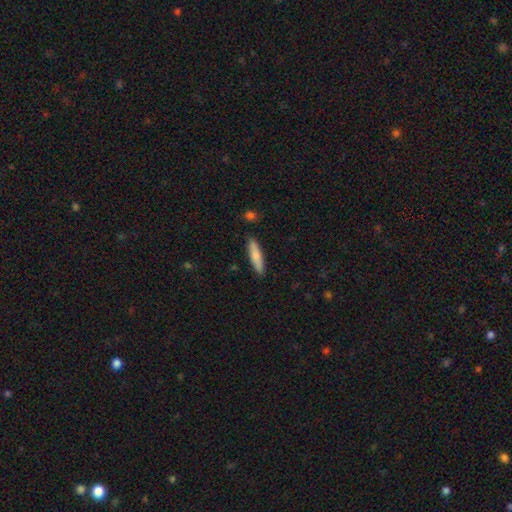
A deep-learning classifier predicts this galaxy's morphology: Smooth or featured: smooth — 77% (featured or disk — 17%)
How rounded: cigar-shaped — 79% (in between — 20%)
Merging: none — 88% (minor disturbance — 9%)